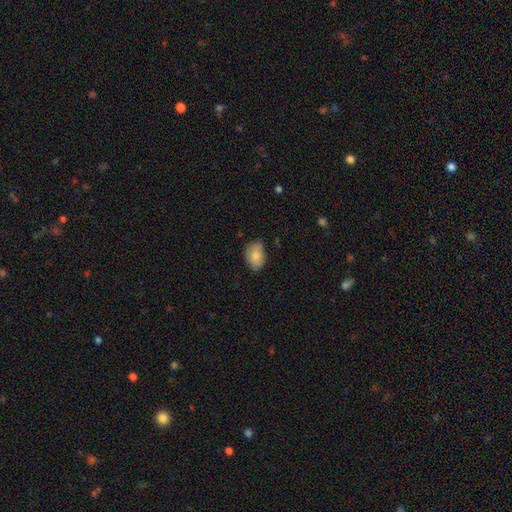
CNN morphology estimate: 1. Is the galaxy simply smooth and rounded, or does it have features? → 80% smooth, 13% featured or disk, 7% star or artifact.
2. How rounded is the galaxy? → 78% in between, 21% round, 1% cigar-shaped.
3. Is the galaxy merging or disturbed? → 67% none, 28% minor disturbance, 4% major disturbance, 1% merger.